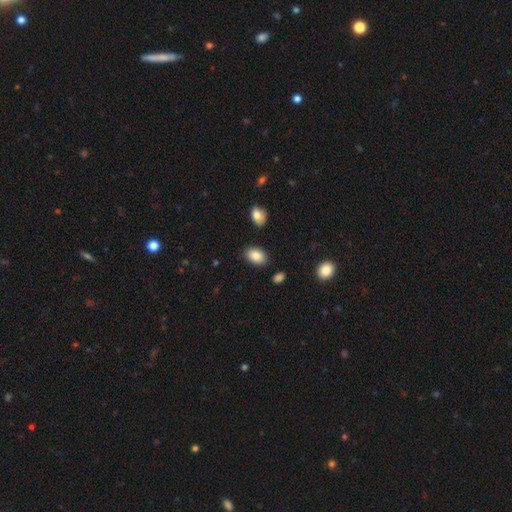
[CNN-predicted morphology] smooth_or_featured: smooth (p=0.85) [alt: star or artifact p=0.08]
how_rounded: in between (p=0.88) [alt: round p=0.11]
merging: none (p=0.86) [alt: minor disturbance p=0.09]